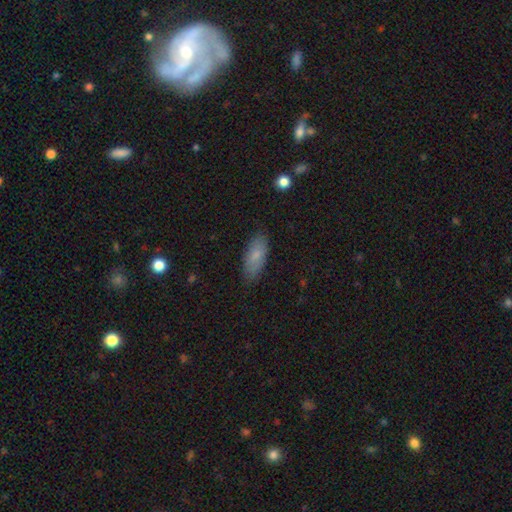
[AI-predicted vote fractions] This appears to be a smooth galaxy with no disk features (79%) that is in between round and cigar-shaped (80%). Merging: none (83%).